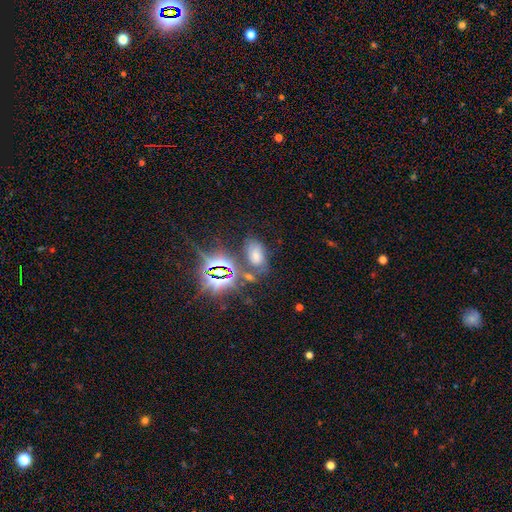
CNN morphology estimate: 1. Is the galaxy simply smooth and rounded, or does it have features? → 41% smooth, 38% star or artifact, 20% featured or disk.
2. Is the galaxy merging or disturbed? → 59% none, 19% minor disturbance, 11% merger, 10% major disturbance.